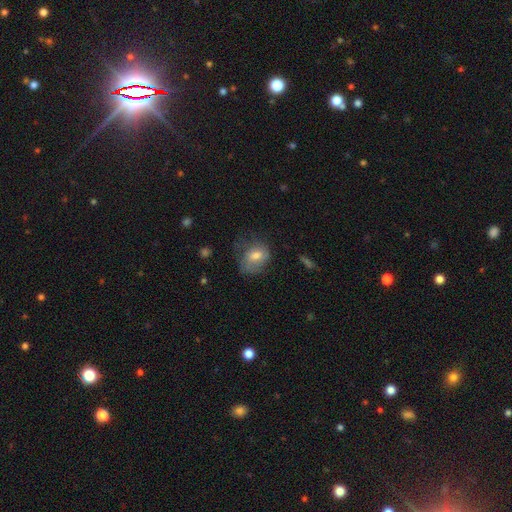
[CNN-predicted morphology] The model was most divided on "merging": none: 47%, minor disturbance: 31%, major disturbance: 20%, merger: 2%. More confident: smooth or featured — smooth (65%); how rounded — in between (60%).